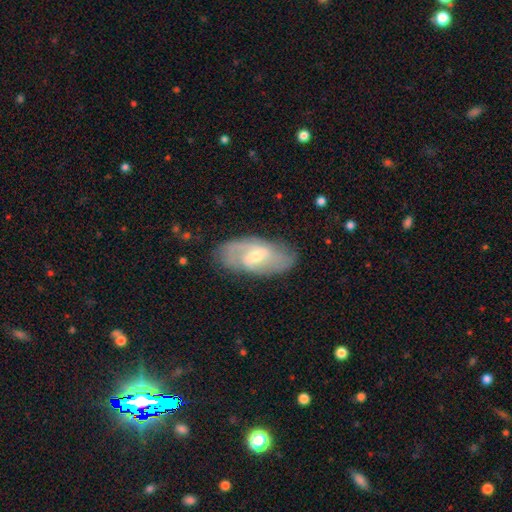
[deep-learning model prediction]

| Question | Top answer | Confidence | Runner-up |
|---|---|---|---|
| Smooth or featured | featured or disk | 78% | smooth (16%) |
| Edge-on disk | no | 93% | yes (7%) |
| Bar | weak | 55% | no (25%) |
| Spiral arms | yes | 91% | no (9%) |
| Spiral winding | medium | 45% | tight (34%) |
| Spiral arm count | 2 | 68% | can't tell (18%) |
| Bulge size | small | 51% | moderate (44%) |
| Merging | none | 78% | minor disturbance (16%) |